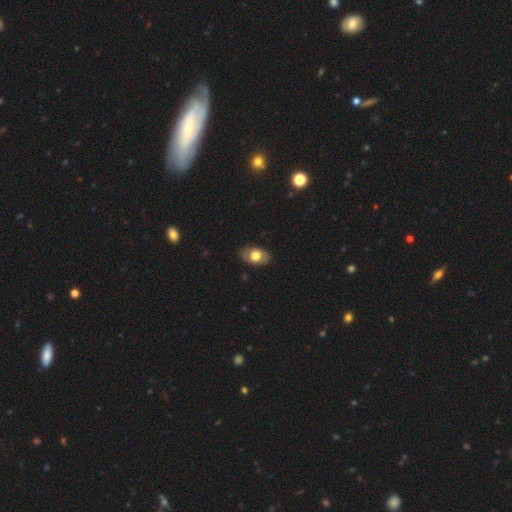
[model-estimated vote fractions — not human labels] This appears to be a smooth galaxy with no disk features (72%) that is in between round and cigar-shaped (88%). Merging: none (86%).